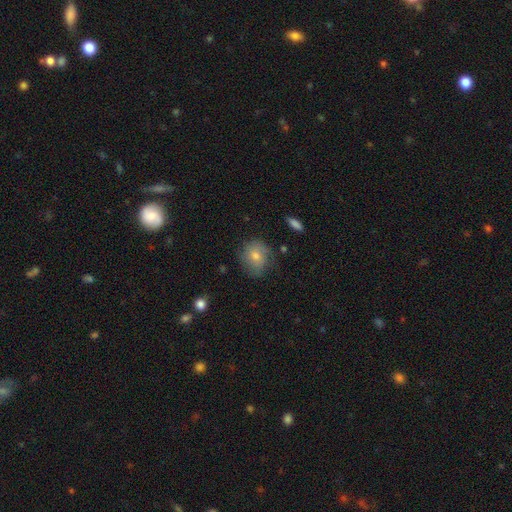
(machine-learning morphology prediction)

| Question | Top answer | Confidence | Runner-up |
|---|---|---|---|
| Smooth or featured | smooth | 60% | featured or disk (28%) |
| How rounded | round | 75% | in between (24%) |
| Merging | none | 71% | minor disturbance (20%) |